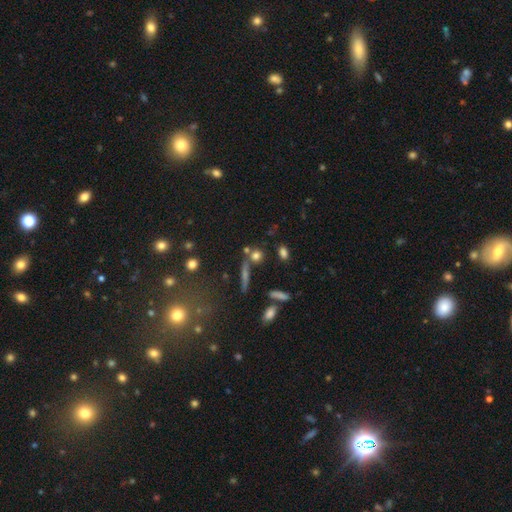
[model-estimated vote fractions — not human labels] Morphology: type=smooth (70%); roundness=round (75%); merging=none (64%).